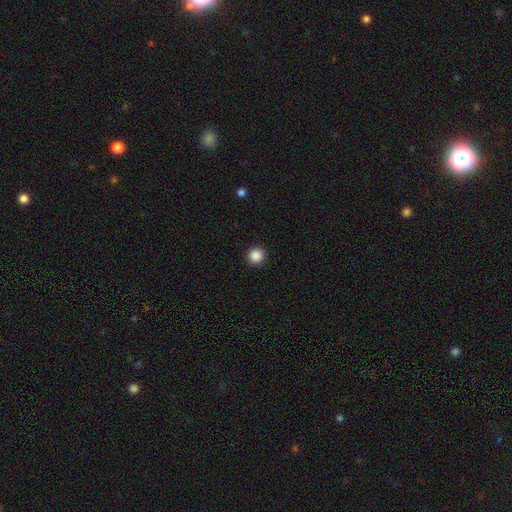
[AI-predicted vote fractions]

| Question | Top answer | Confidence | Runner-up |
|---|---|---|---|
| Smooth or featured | smooth | 87% | star or artifact (10%) |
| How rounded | round | 96% | in between (3%) |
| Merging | none | 93% | minor disturbance (4%) |